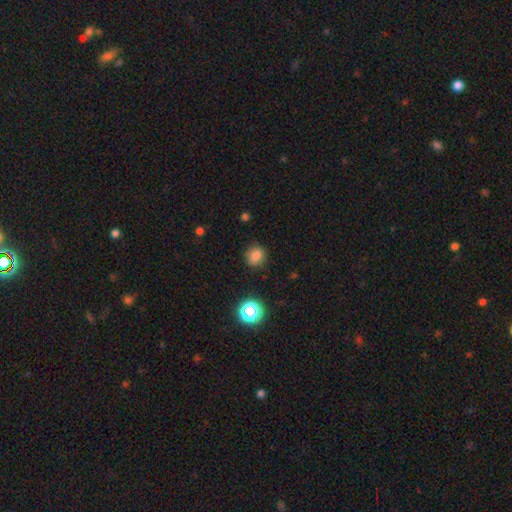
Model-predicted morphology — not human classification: smooth 78%, star or artifact 15%, featured or disk 7%. Down the decision tree: how rounded — round (72%); merging — none (85%).